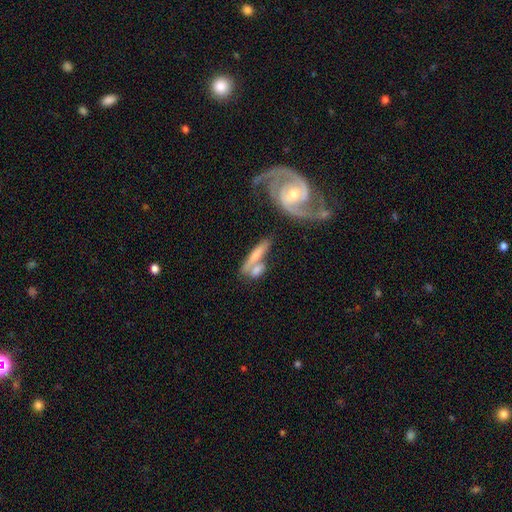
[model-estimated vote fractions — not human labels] Smooth or featured? featured or disk (61%)
Edge-on disk? no (73%)
Merging? none (38%)